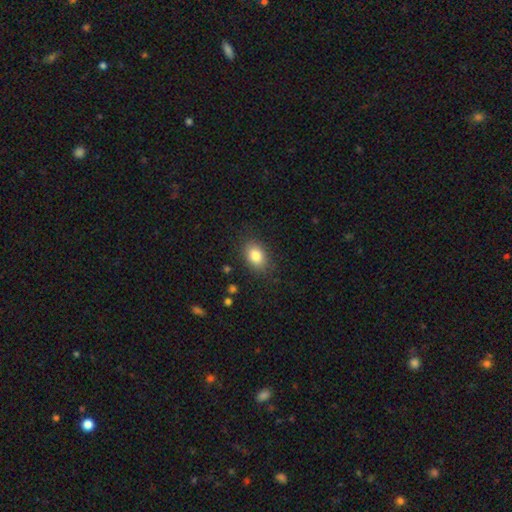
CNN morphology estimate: The model was most divided on "how rounded": in between: 80%, round: 19%, cigar-shaped: 1%. More confident: merging — none (84%); smooth or featured — smooth (84%).